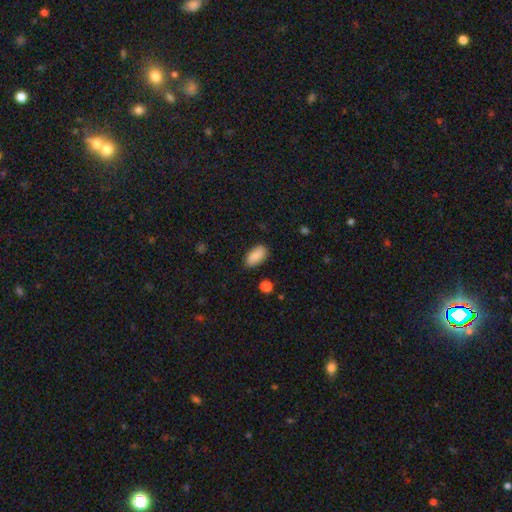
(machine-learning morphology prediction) Q: Smooth or featured?
A: smooth (88%); runner-up: star or artifact (7%)
Q: How rounded?
A: in between (92%); runner-up: cigar-shaped (5%)
Q: Merging?
A: none (84%); runner-up: minor disturbance (12%)